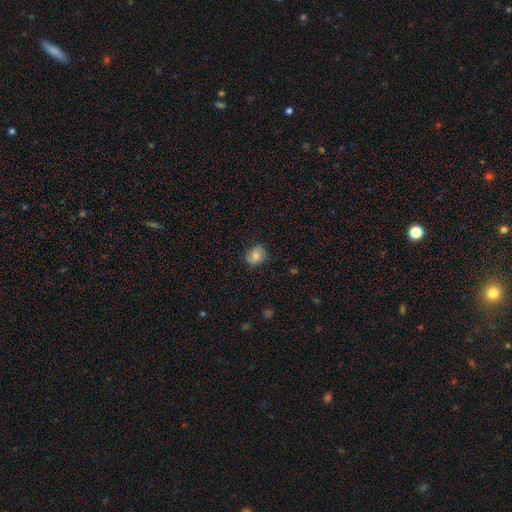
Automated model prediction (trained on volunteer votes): Smooth or featured: smooth — 77% (featured or disk — 14%)
How rounded: round — 55% (in between — 44%)
Merging: none — 75% (minor disturbance — 19%)